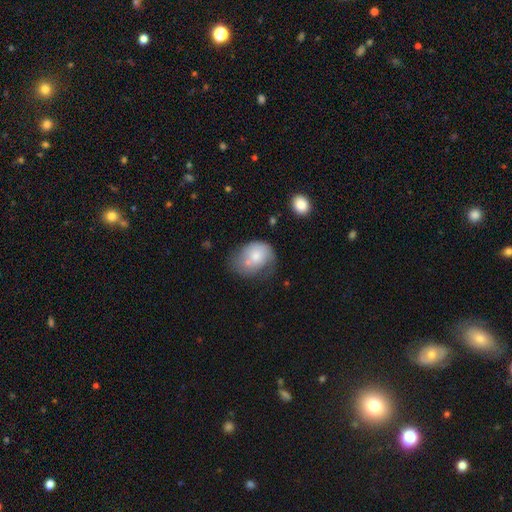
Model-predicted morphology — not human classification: smooth 66%, featured or disk 27%, star or artifact 7%. Down the decision tree: how rounded — in between (63%); merging — minor disturbance (27%, tied with none).